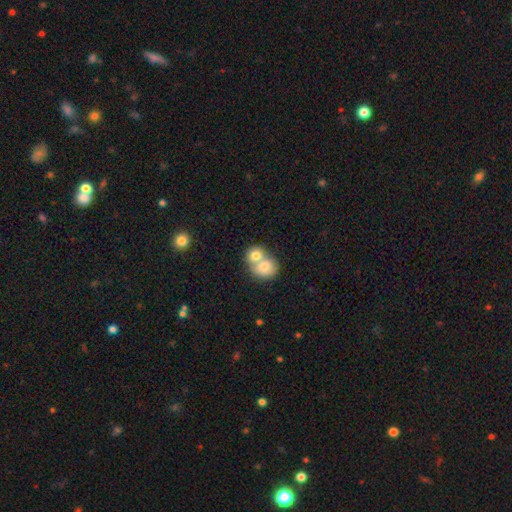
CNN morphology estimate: Smooth or featured? Predicted: smooth (p=0.75). How rounded? Predicted: round (p=0.67). Merging? Predicted: merger (p=0.70).